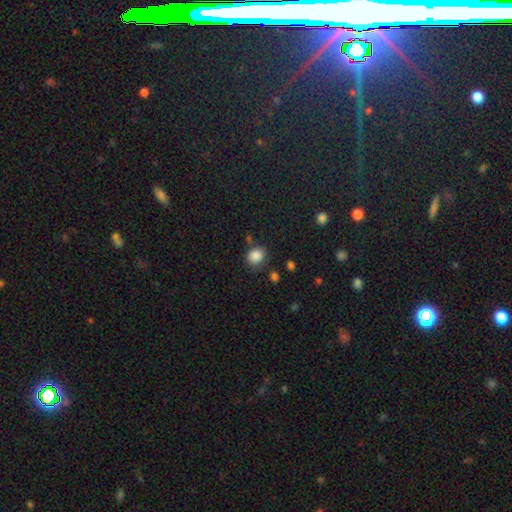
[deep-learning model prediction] smooth_or_featured: smooth (p=0.86) [alt: star or artifact p=0.10]
how_rounded: round (p=0.70) [alt: in between p=0.29]
merging: none (p=0.75) [alt: minor disturbance p=0.15]